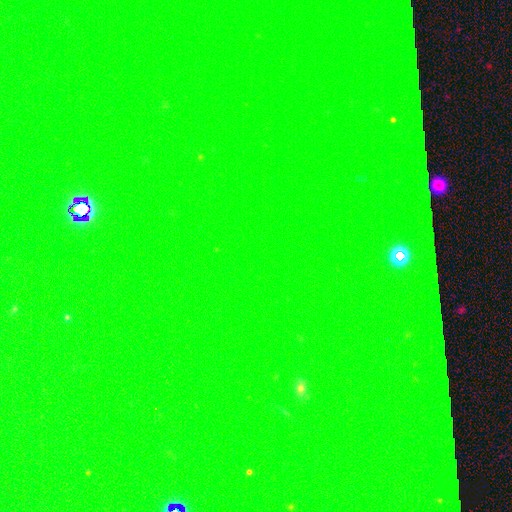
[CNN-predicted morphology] Q: Smooth or featured?
A: star or artifact (81%); runner-up: smooth (10%)